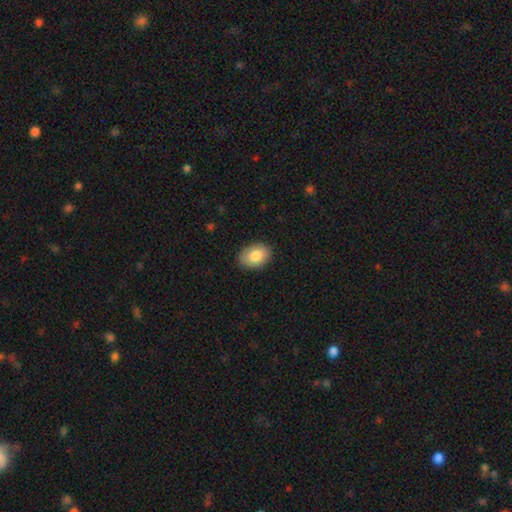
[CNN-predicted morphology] This appears to be a smooth galaxy with no disk features (83%) that is in between round and cigar-shaped (80%). Merging: none (85%).